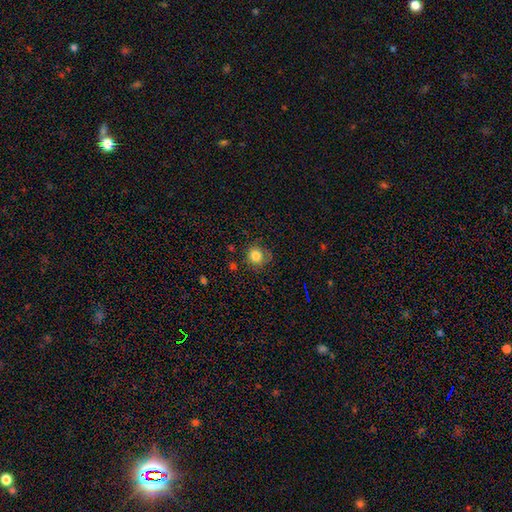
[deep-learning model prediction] Overall: smooth (82%). How rounded: round (90%). Merging: none (76%).